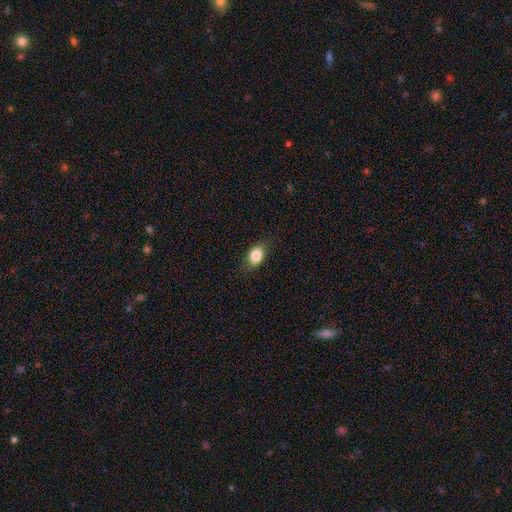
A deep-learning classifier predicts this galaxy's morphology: A smooth galaxy with no disk features (84%) that is in between round and cigar-shaped (67%).

Vote fractions:
- Smooth or featured? smooth: 84% / star or artifact: 8% / featured or disk: 8%
- How rounded? in between: 67% / round: 31% / cigar-shaped: 2%
- Merging? none: 80% / minor disturbance: 15% / major disturbance: 4% / merger: 1%